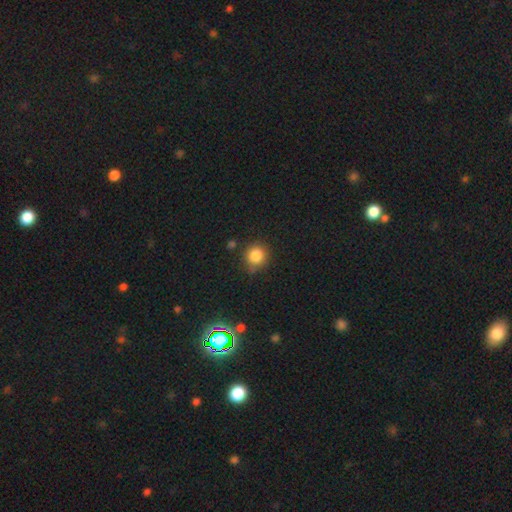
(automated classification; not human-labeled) smooth_or_featured: smooth (p=0.83) [alt: star or artifact p=0.12]
how_rounded: round (p=0.87) [alt: in between p=0.12]
merging: none (p=0.78) [alt: minor disturbance p=0.15]